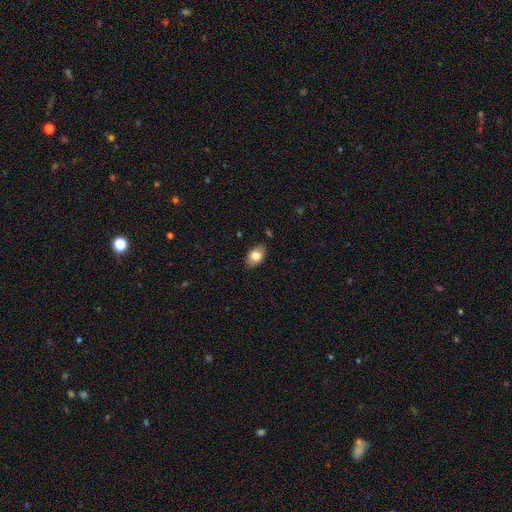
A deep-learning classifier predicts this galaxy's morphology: type=smooth (79%); roundness=in between (89%); merging=none (85%).